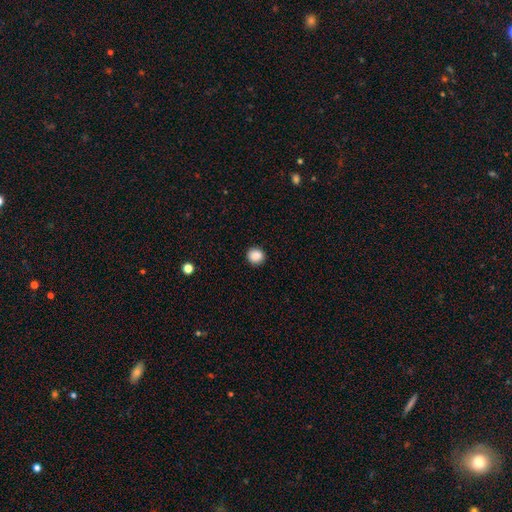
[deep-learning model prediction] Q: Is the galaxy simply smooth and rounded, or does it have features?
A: smooth — 88%.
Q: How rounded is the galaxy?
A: round — 90%.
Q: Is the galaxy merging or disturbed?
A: none — 91%.